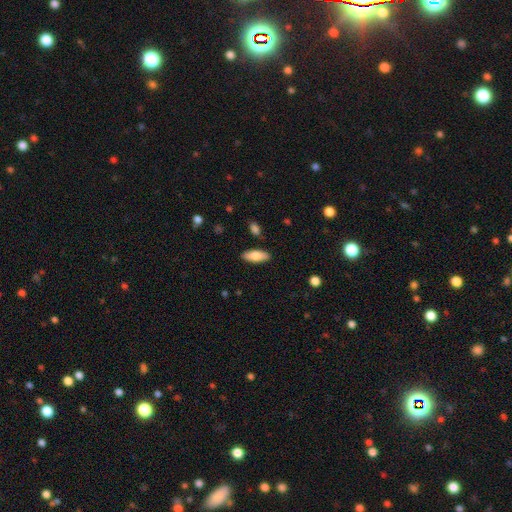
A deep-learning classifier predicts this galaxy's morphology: Smooth or featured? smooth (78%)
How rounded? in between (72%)
Merging? none (87%)